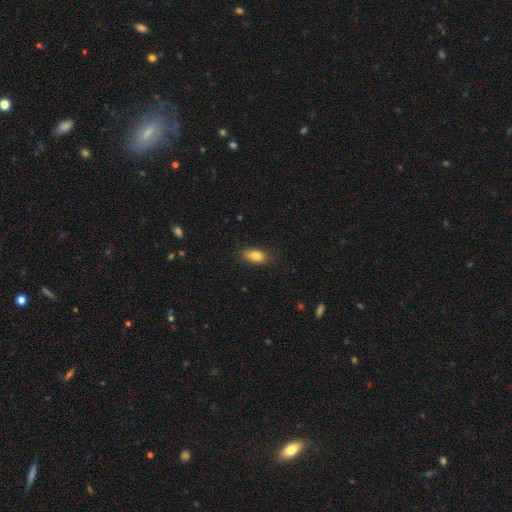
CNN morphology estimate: Q: Smooth or featured?
A: smooth (83%); runner-up: featured or disk (9%)
Q: How rounded?
A: in between (85%); runner-up: cigar-shaped (10%)
Q: Merging?
A: none (83%); runner-up: minor disturbance (13%)